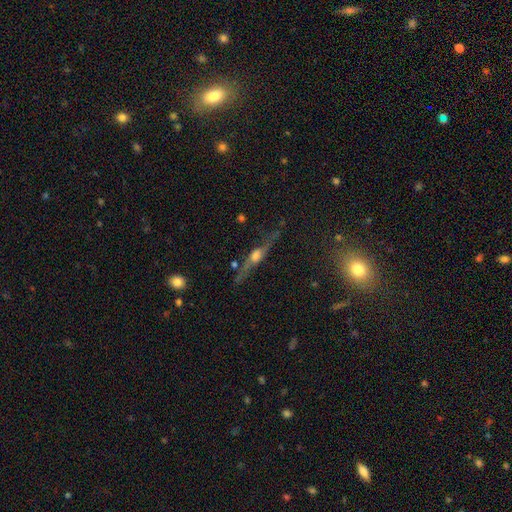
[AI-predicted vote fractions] Overall: featured or disk (68%). Edge-on disk: yes (87%). Edge-on bulge: rounded (86%). Merging: none (70%).